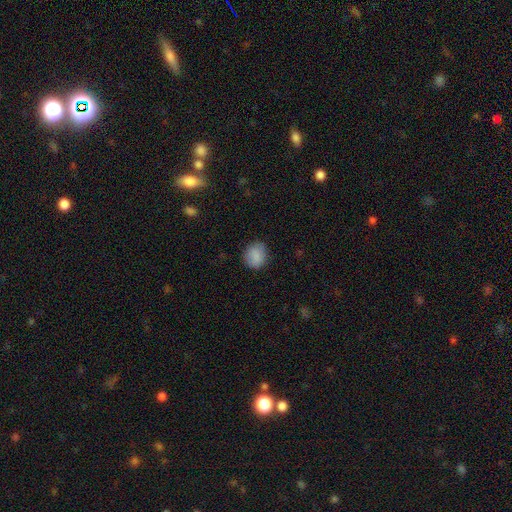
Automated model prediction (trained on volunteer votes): Smooth or featured: smooth — 87% (star or artifact — 8%)
How rounded: round — 66% (in between — 33%)
Merging: none — 81% (minor disturbance — 15%)